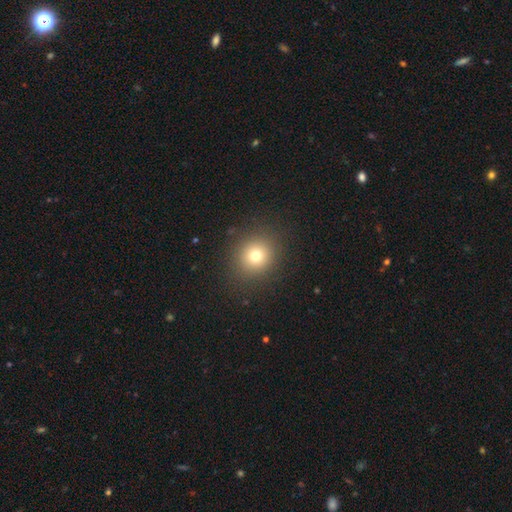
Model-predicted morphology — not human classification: This appears to be a smooth galaxy with no disk features (74%) that is round (85%). Merging: none (89%).